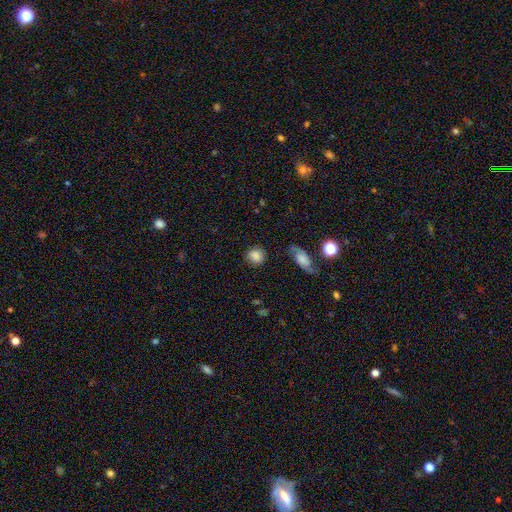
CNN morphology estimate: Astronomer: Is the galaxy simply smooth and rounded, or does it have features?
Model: smooth — 81%.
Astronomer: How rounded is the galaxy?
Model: round — 75%.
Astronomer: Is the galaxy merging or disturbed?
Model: none — 77%.